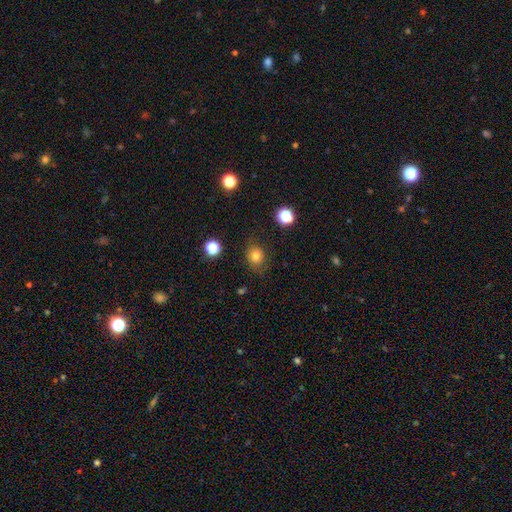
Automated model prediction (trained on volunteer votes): Smooth or featured?
  - smooth: 78% *
  - star or artifact: 14%
  - featured or disk: 8%
How rounded?
  - round: 67% *
  - in between: 32%
  - cigar-shaped: 1%
Merging?
  - none: 80% *
  - minor disturbance: 14%
  - major disturbance: 4%
  - merger: 2%